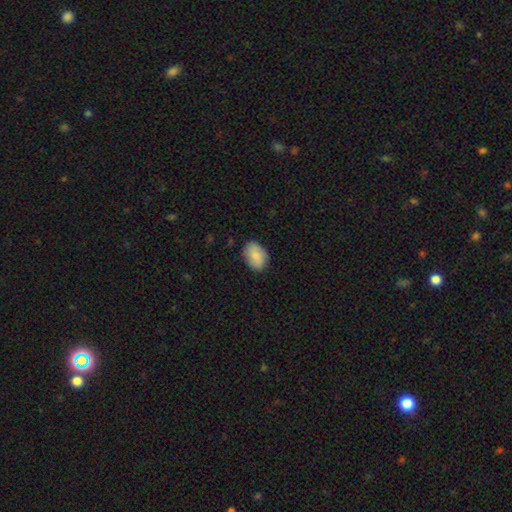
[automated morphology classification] Smooth or featured?
  - smooth: 86% *
  - featured or disk: 8%
  - star or artifact: 6%
How rounded?
  - in between: 80% *
  - round: 18%
  - cigar-shaped: 1%
Merging?
  - none: 82% *
  - minor disturbance: 14%
  - major disturbance: 3%
  - merger: 1%